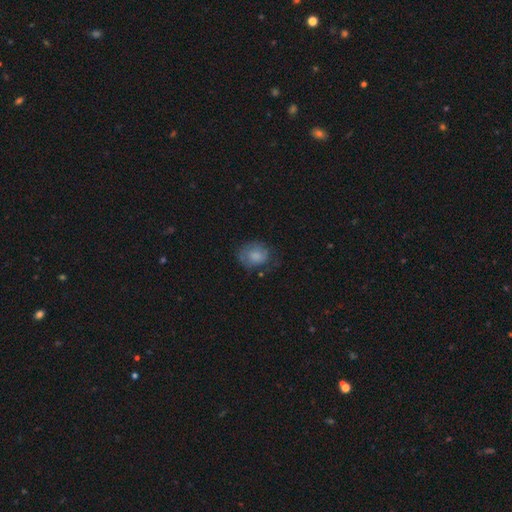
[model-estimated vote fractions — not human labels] The model was most divided on "how rounded": round: 54%, in between: 45%, cigar-shaped: 1%. More confident: smooth or featured — smooth (72%); merging — none (59%).